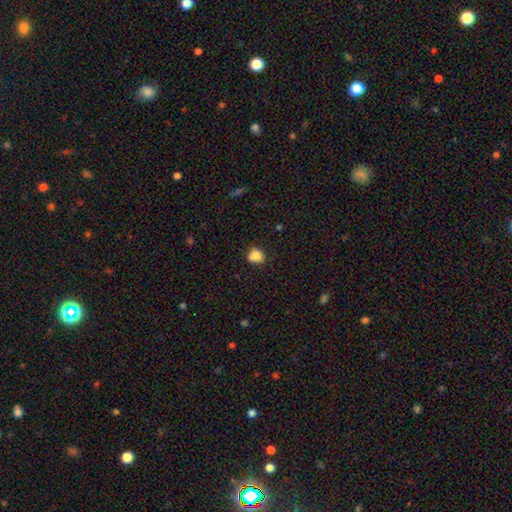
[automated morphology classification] smooth_or_featured: smooth (p=0.81) [alt: star or artifact p=0.11]
how_rounded: round (p=0.65) [alt: in between p=0.34]
merging: none (p=0.59) [alt: minor disturbance p=0.22]